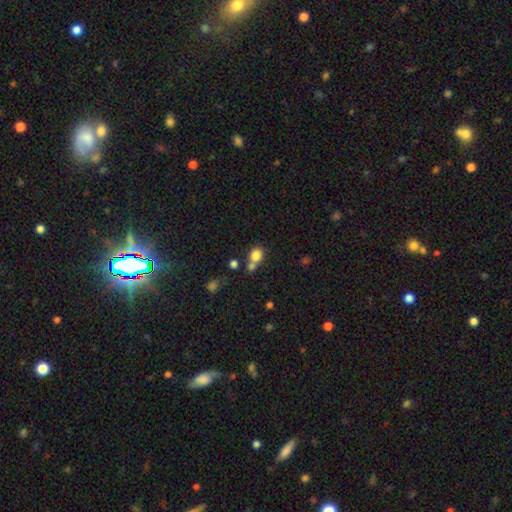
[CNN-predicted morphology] A smooth galaxy with no disk features (82%) that is round (76%). Merging: none (48%).